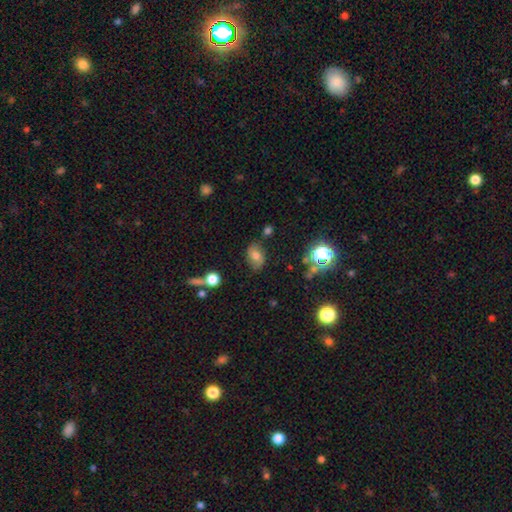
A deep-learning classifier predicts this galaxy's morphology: type=smooth (60%); roundness=in between (78%); merging=none (71%).